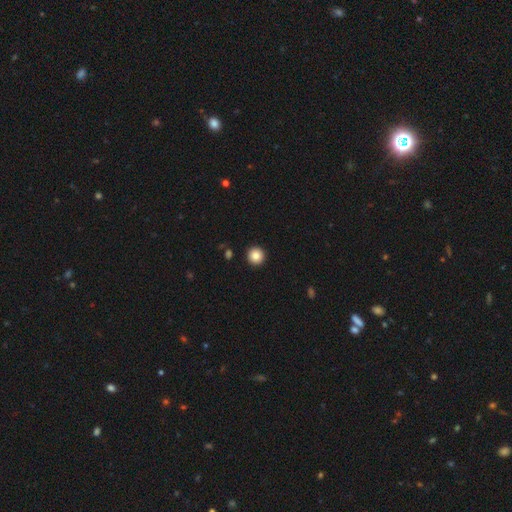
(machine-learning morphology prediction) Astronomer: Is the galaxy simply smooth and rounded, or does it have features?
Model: smooth — 86%.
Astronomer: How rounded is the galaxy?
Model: round — 96%.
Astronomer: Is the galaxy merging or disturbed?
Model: none — 93%.